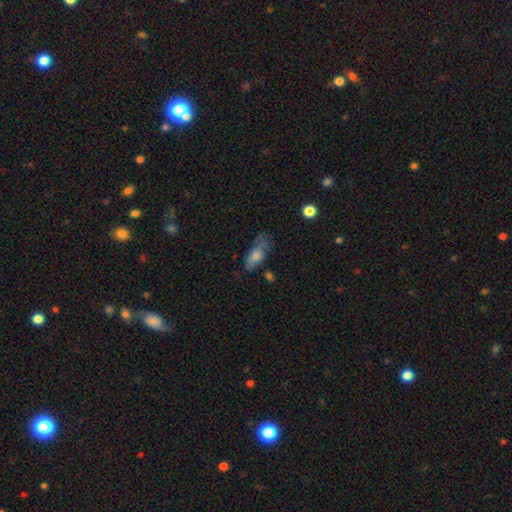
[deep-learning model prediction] Smooth or featured?
  - smooth: 69% *
  - featured or disk: 22%
  - star or artifact: 9%
How rounded?
  - in between: 71% *
  - cigar-shaped: 26%
  - round: 3%
Merging?
  - none: 48% *
  - minor disturbance: 32%
  - major disturbance: 16%
  - merger: 4%